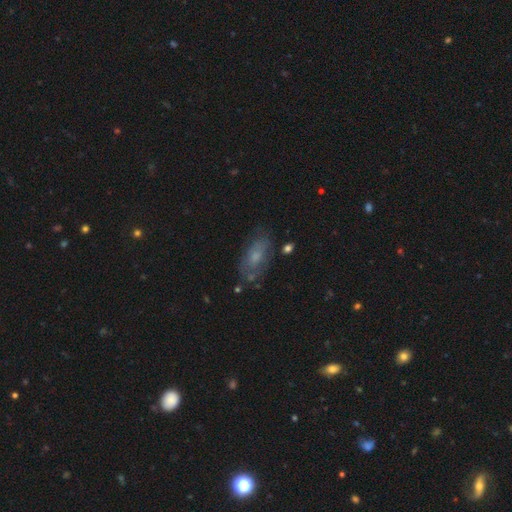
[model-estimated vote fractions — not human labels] The model was most divided on "smooth or featured": smooth: 53%, featured or disk: 38%, star or artifact: 10%. More confident: how rounded — in between (84%); merging — none (65%).